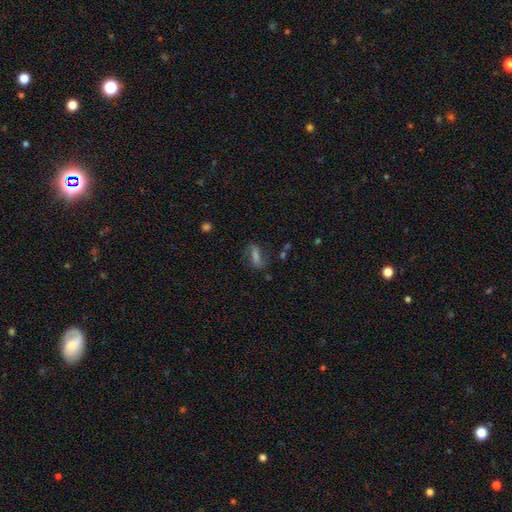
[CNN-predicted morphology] smooth-or-featured: featured or disk: 49% | smooth: 34% | star or artifact: 17%
  merging: none: 69% | minor disturbance: 17% | major disturbance: 11% | merger: 4%